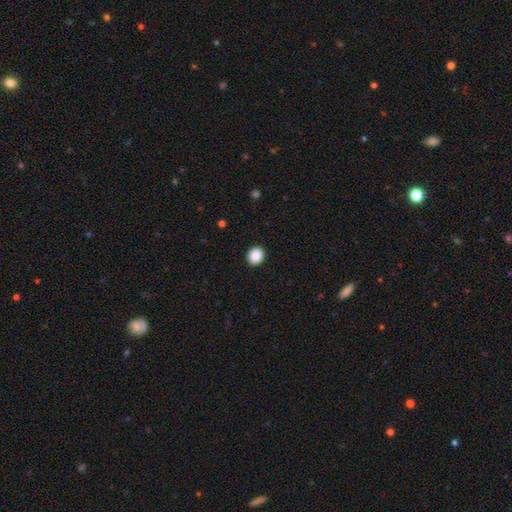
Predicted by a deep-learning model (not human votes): smooth_or_featured: smooth (p=0.89) [alt: star or artifact p=0.08]
how_rounded: round (p=0.72) [alt: in between p=0.27]
merging: none (p=0.92) [alt: minor disturbance p=0.05]